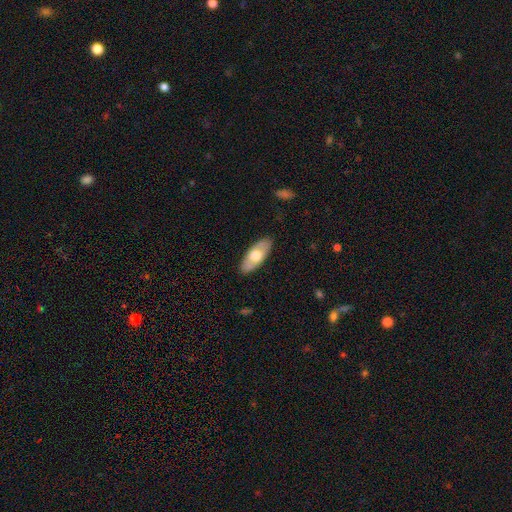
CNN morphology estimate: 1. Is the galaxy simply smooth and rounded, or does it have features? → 59% smooth, 36% featured or disk, 5% star or artifact.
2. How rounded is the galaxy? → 84% in between, 14% cigar-shaped, 3% round.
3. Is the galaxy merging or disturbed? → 87% none, 10% minor disturbance, 2% major disturbance, 1% merger.